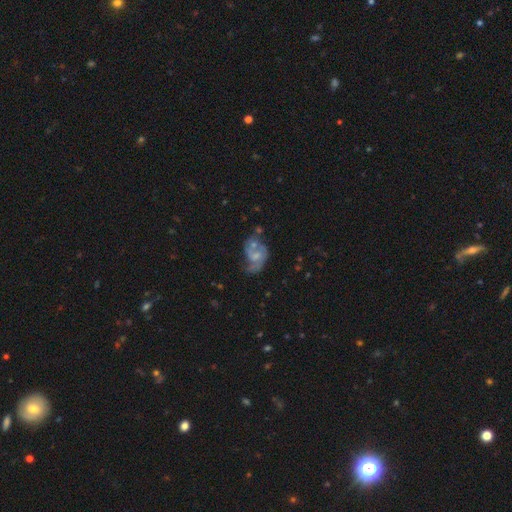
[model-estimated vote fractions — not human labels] Smooth or featured: featured or disk — 66% (smooth — 26%)
Edge-on disk: no — 98% (yes — 2%)
Bar: no — 63% (weak — 32%)
Spiral arms: yes — 72% (no — 28%)
Bulge size: small — 45% (moderate — 33%)
Merging: none — 28% (tied with major disturbance — 28%)